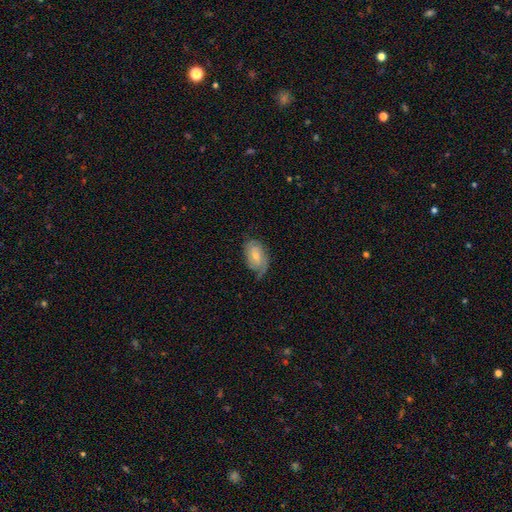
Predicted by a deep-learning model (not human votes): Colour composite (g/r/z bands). It shows a featured or disk galaxy (61%) with no bar (52%), 2 (52%) tight (51%) spiral arms (88%) and a moderate central bulge (48%). Merging: none (61%).